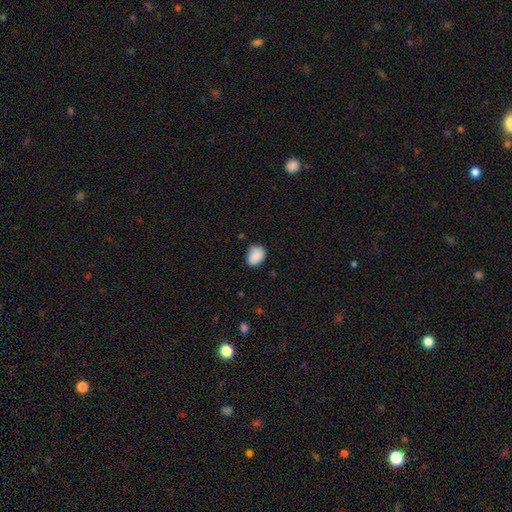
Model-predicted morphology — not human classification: smooth-or-featured: smooth: 88% | star or artifact: 8% | featured or disk: 5%
  how-rounded: in between: 62% | round: 37% | cigar-shaped: 1%
  merging: none: 65% | minor disturbance: 27% | major disturbance: 5% | merger: 3%